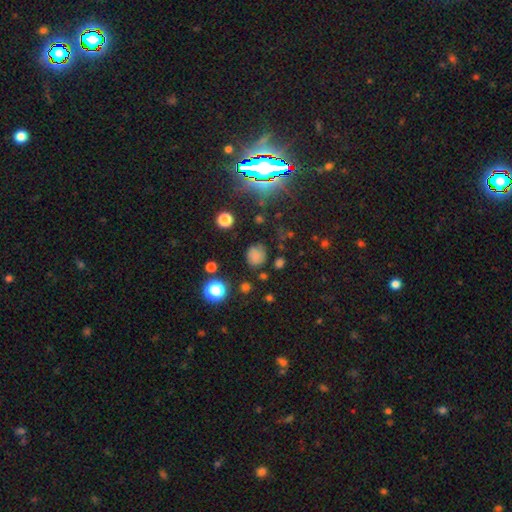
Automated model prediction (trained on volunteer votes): A smooth galaxy with no disk features (68%) that is round (76%). Merging: none (70%).